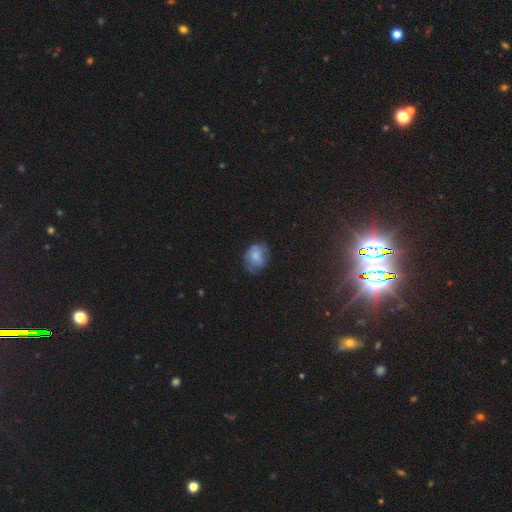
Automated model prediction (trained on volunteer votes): The model was most divided on "how rounded": in between: 54%, round: 45%, cigar-shaped: 1%. More confident: merging — none (62%); smooth or featured — smooth (61%).